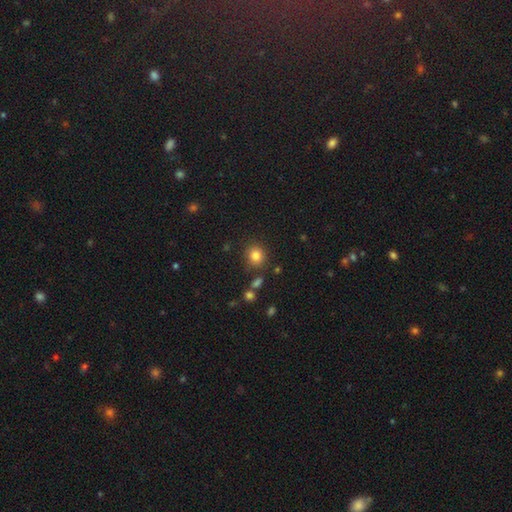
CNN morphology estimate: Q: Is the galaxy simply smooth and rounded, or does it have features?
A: smooth — 83%.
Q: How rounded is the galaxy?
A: round — 85%.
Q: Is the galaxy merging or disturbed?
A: none — 83%.